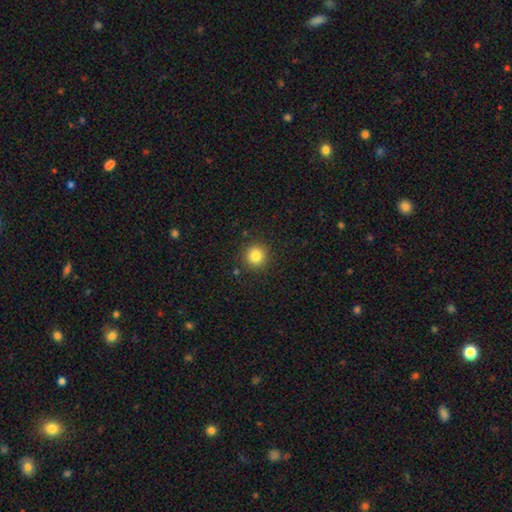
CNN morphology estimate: Smooth or featured?
  - smooth: 83% *
  - star or artifact: 11%
  - featured or disk: 6%
How rounded?
  - round: 94% *
  - in between: 5%
  - cigar-shaped: 1%
Merging?
  - none: 90% *
  - minor disturbance: 6%
  - major disturbance: 2%
  - merger: 1%